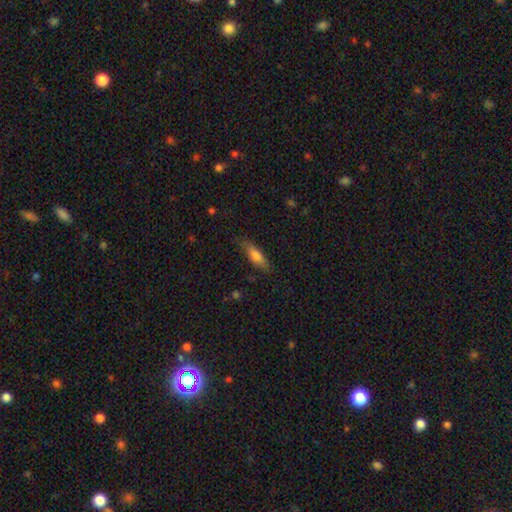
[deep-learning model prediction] Smooth or featured? smooth (75%)
How rounded? in between (50%)
Merging? none (77%)